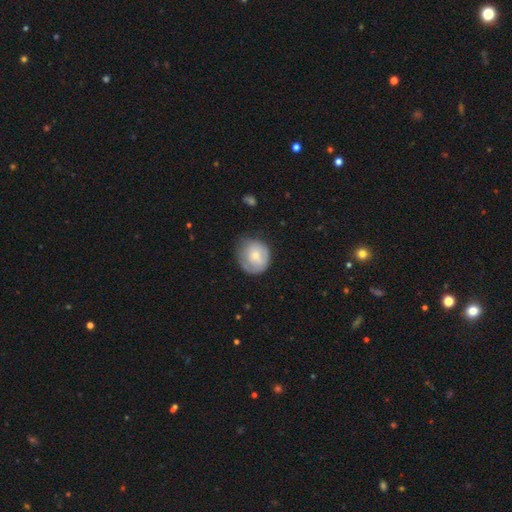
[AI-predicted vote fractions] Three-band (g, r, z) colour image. It shows a smooth galaxy with no disk features (65%) that is round (82%). Merging: none (59%).